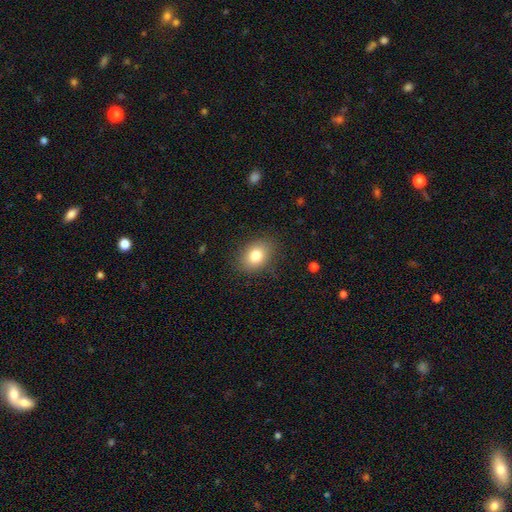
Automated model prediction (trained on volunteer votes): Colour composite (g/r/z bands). It shows a smooth galaxy with no disk features (80%) that is in between round and cigar-shaped (67%). Merging: none (85%).